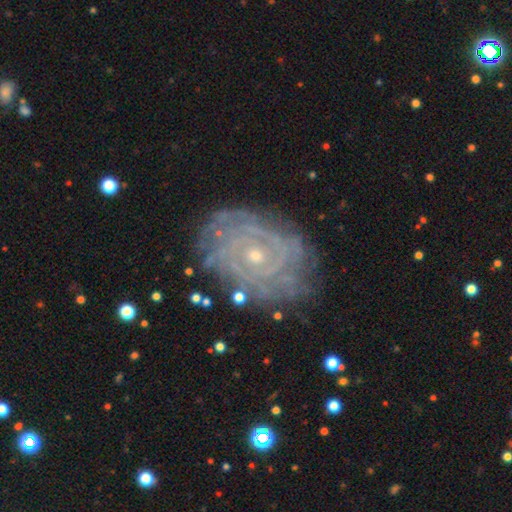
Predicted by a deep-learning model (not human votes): featured or disk 85%, star or artifact 7%, smooth 7%. Down the decision tree: edge-on disk — no (96%); bar — no (78%); spiral arms — yes (95%); spiral arm count — can't tell (39%); spiral winding — tight (83%); bulge size — small (74%); merging — none (80%).